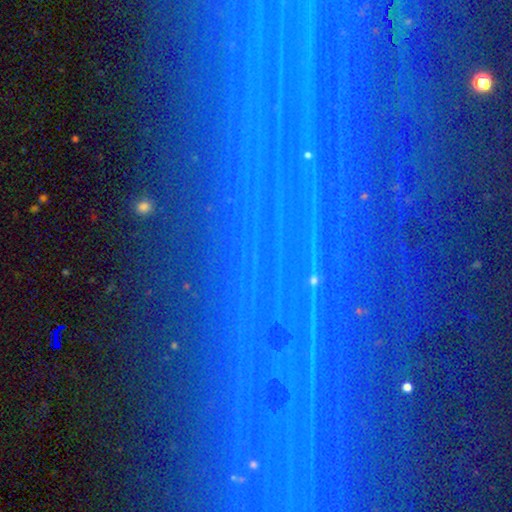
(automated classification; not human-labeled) Smooth or featured: star or artifact — 81% (featured or disk — 10%)